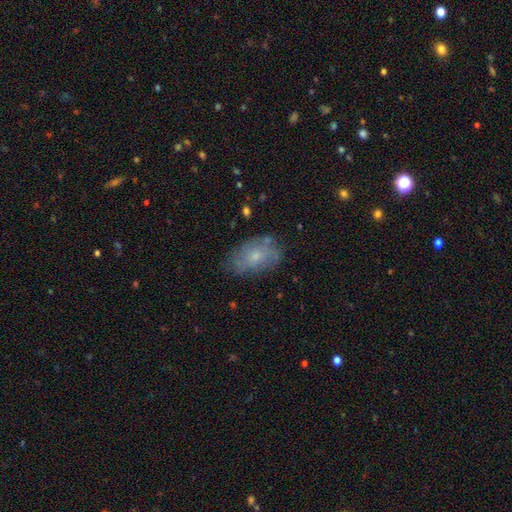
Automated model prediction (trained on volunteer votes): Morphology: type=smooth (58%); roundness=in between (89%); merging=none (66%).